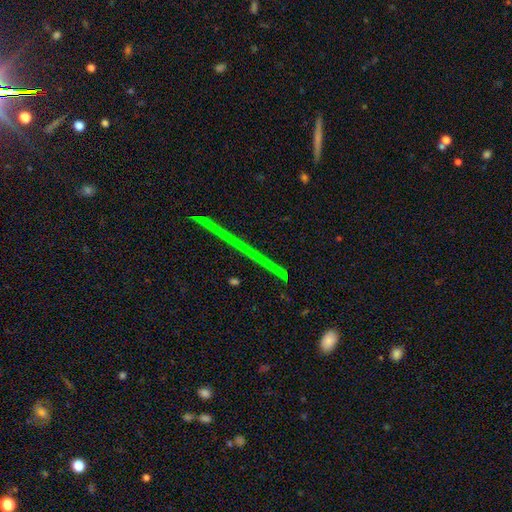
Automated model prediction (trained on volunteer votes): Smooth or featured? Predicted: star or artifact (p=0.46).